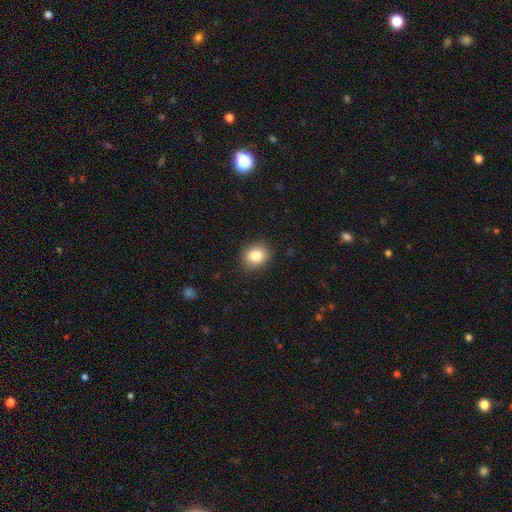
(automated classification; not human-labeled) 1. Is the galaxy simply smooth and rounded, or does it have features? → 84% smooth, 10% star or artifact, 6% featured or disk.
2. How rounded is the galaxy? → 65% round, 34% in between, 1% cigar-shaped.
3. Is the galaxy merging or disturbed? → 89% none, 7% minor disturbance, 2% major disturbance, 1% merger.